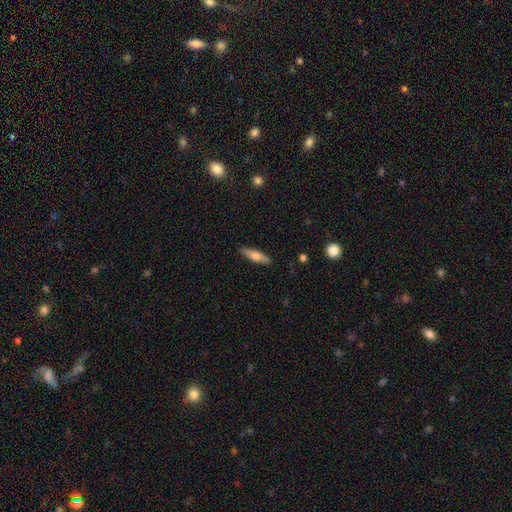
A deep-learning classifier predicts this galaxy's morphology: The model was most divided on "smooth or featured": smooth: 57%, featured or disk: 37%, star or artifact: 6%. More confident: merging — none (88%); how rounded — cigar-shaped (70%).